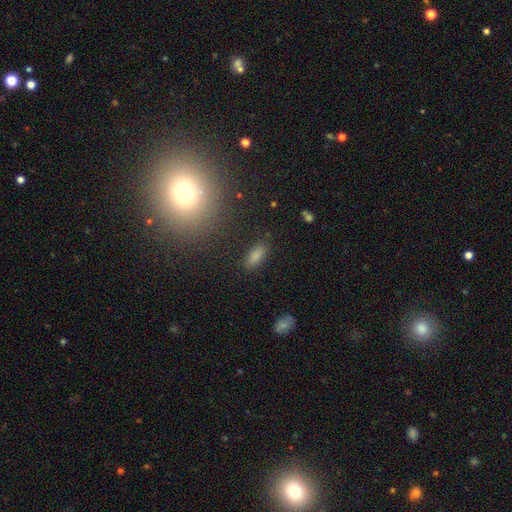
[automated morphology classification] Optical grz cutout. It shows a smooth galaxy with no disk features (83%) that is in between round and cigar-shaped (84%). Merging: none (86%).